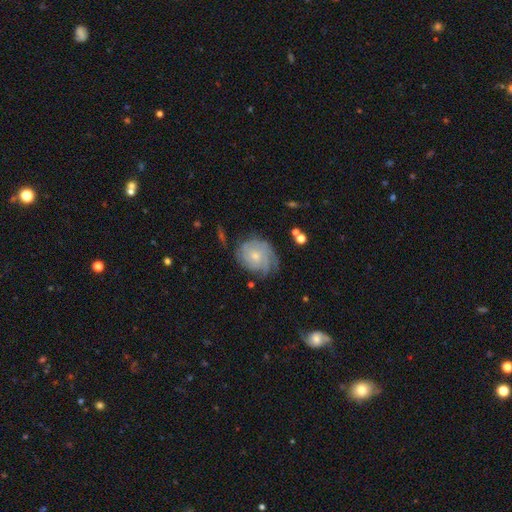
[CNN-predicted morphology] Overall: featured or disk (76%). Edge-on disk: no (97%). Bar: no (78%). Spiral arms: yes (93%). Spiral arm count: can't tell (40%; 3 20%). Spiral winding: tight (70%). Bulge size: small (67%; moderate 28%). Merging: none (63%; minor disturbance 23%).